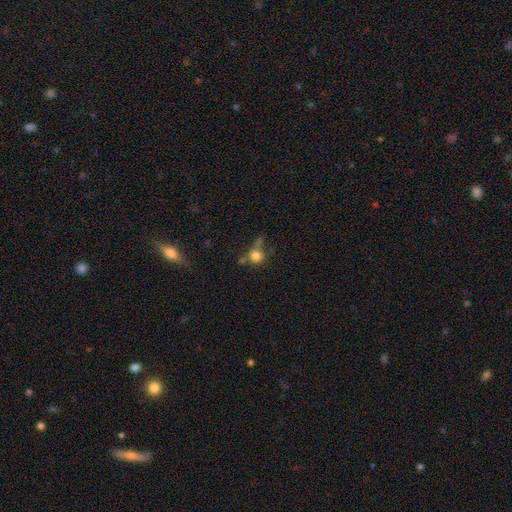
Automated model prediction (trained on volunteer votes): A smooth galaxy with no disk features (76%) that is round (85%).

Vote fractions:
- Smooth or featured? smooth: 76% / star or artifact: 13% / featured or disk: 11%
- How rounded? round: 85% / in between: 13% / cigar-shaped: 1%
- Merging? none: 46% / minor disturbance: 20% / merger: 20% / major disturbance: 14%